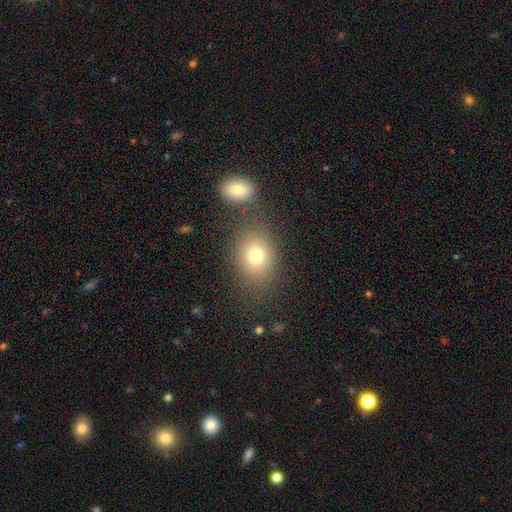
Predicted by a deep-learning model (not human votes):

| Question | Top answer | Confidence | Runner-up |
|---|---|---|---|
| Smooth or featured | smooth | 76% | star or artifact (13%) |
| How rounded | round | 50% | in between (49%) |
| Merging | none | 71% | merger (13%) |